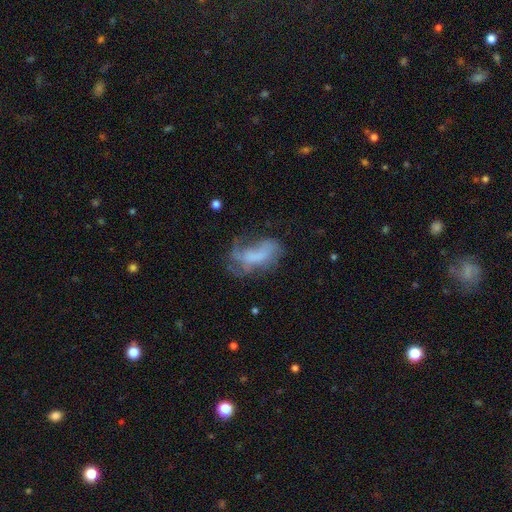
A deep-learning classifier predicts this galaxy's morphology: Smooth or featured: featured or disk — 47% (smooth — 40%)
Merging: major disturbance — 42% (none — 30%)